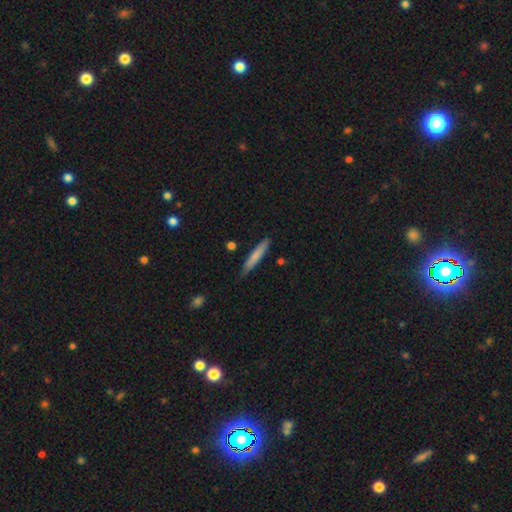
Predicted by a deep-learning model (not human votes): smooth-or-featured: smooth: 73% | featured or disk: 21% | star or artifact: 6%
  how-rounded: cigar-shaped: 93% | in between: 6% | round: 1%
  merging: none: 83% | minor disturbance: 13% | major disturbance: 2% | merger: 2%